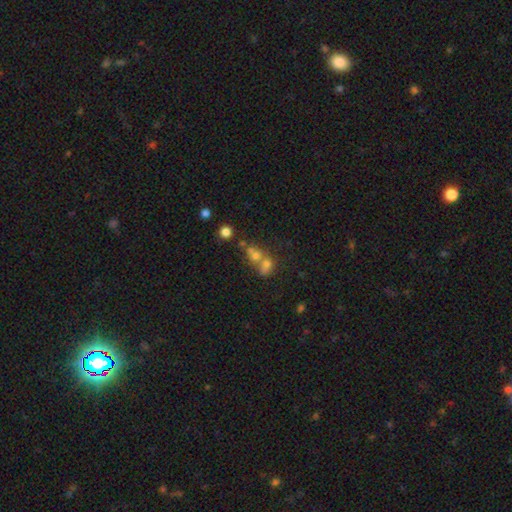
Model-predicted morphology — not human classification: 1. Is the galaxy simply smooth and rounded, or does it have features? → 56% smooth, 23% featured or disk, 21% star or artifact.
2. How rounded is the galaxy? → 66% round, 32% in between, 2% cigar-shaped.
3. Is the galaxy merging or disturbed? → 60% merger, 28% none, 7% minor disturbance, 6% major disturbance.